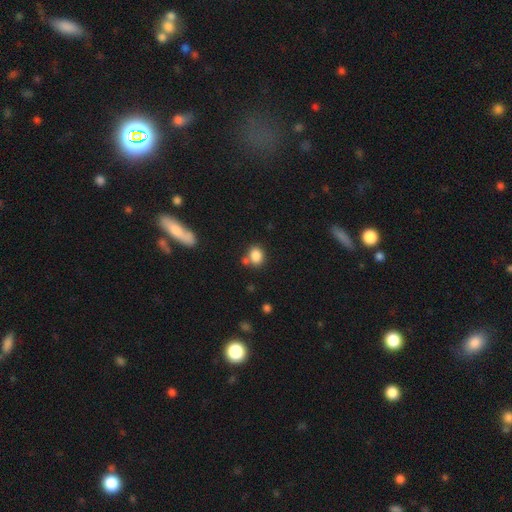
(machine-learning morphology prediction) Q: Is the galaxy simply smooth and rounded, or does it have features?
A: smooth — 85%.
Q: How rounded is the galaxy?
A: round — 53%.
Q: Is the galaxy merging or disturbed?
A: none — 66%.